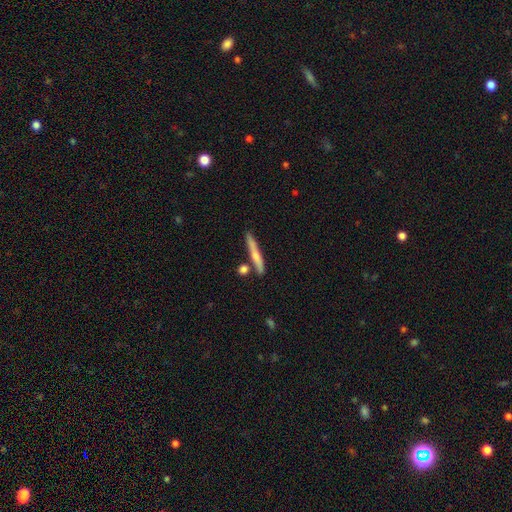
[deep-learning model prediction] A smooth galaxy with no disk features (59%) that is cigar-shaped (93%).

Vote fractions:
- Smooth or featured? smooth: 59% / featured or disk: 35% / star or artifact: 6%
- How rounded? cigar-shaped: 93% / in between: 5% / round: 2%
- Merging? none: 78% / minor disturbance: 11% / merger: 9% / major disturbance: 3%